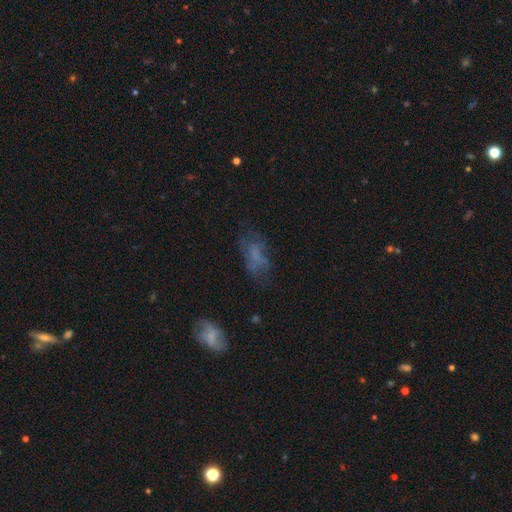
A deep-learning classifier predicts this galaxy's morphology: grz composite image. It shows a smooth galaxy with no disk features (48%). Merging: none (51%).